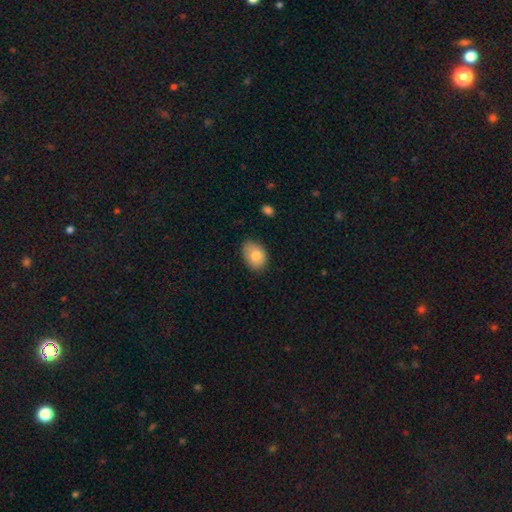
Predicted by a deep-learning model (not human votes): A smooth galaxy with no disk features (81%) that is in between round and cigar-shaped (75%).

Vote fractions:
- Smooth or featured? smooth: 81% / featured or disk: 12% / star or artifact: 8%
- How rounded? in between: 75% / round: 24% / cigar-shaped: 1%
- Merging? none: 70% / minor disturbance: 25% / major disturbance: 4% / merger: 1%